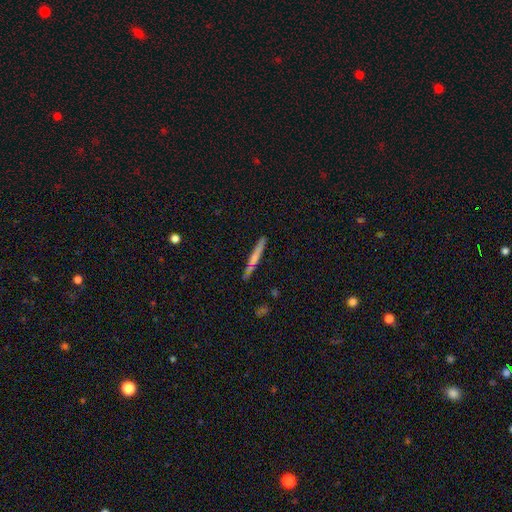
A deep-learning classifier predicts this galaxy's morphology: smooth_or_featured: smooth (p=0.47) [alt: featured or disk p=0.45]
merging: none (p=0.82) [alt: minor disturbance p=0.12]